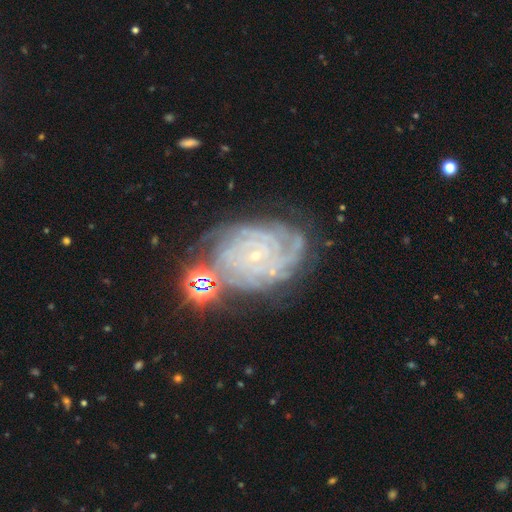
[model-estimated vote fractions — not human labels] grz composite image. It shows a featured or disk galaxy (86%) with no bar (77%), 4 (26%) tight (81%) spiral arms (97%) and a small central bulge (89%). Merging: none (65%).